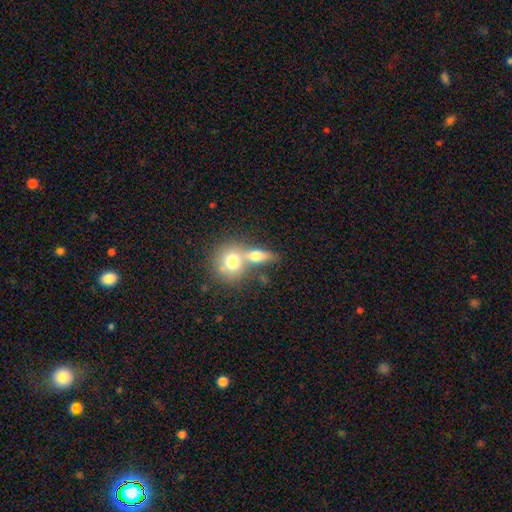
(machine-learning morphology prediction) A smooth galaxy with no disk features (68%) that is in between round and cigar-shaped (51%). Merging: merger (56%).